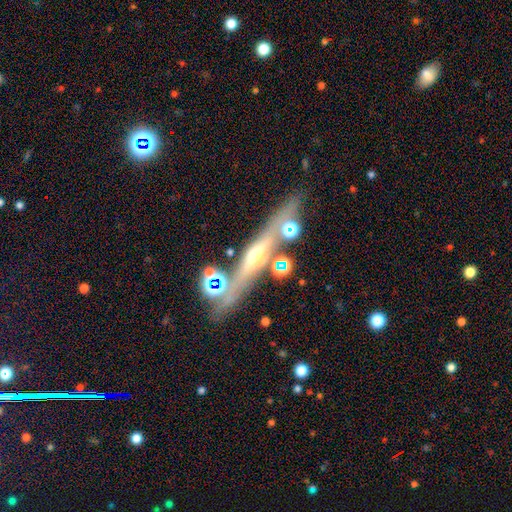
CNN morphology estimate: This is likely a featured or disk galaxy (68%). It is clearly viewed edge-on (91%). Edge-on bulge: clearly rounded (88%). Merging: likely none (76%).